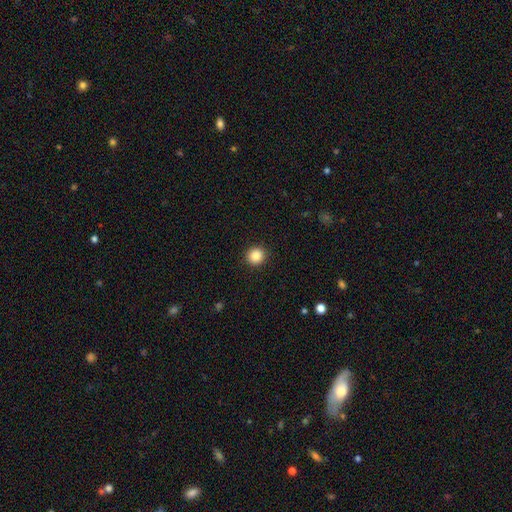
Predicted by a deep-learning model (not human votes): Smooth or featured?
  - smooth: 87% *
  - star or artifact: 10%
  - featured or disk: 4%
How rounded?
  - round: 92% *
  - in between: 7%
  - cigar-shaped: 1%
Merging?
  - none: 92% *
  - minor disturbance: 5%
  - major disturbance: 2%
  - merger: 1%